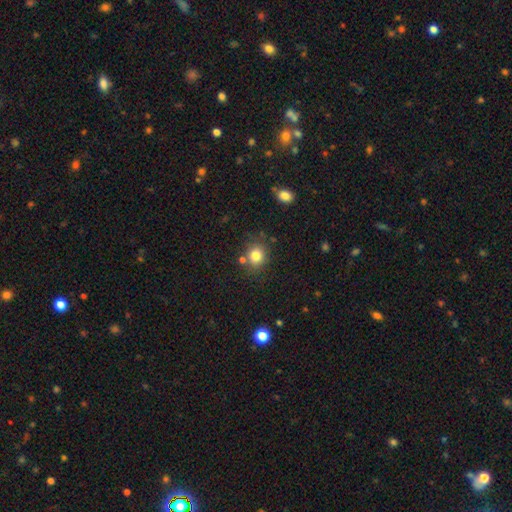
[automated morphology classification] A smooth galaxy with no disk features (81%) that is round (79%).

Vote fractions:
- Smooth or featured? smooth: 81% / star or artifact: 12% / featured or disk: 7%
- How rounded? round: 79% / in between: 20% / cigar-shaped: 1%
- Merging? none: 75% / minor disturbance: 12% / merger: 10% / major disturbance: 4%